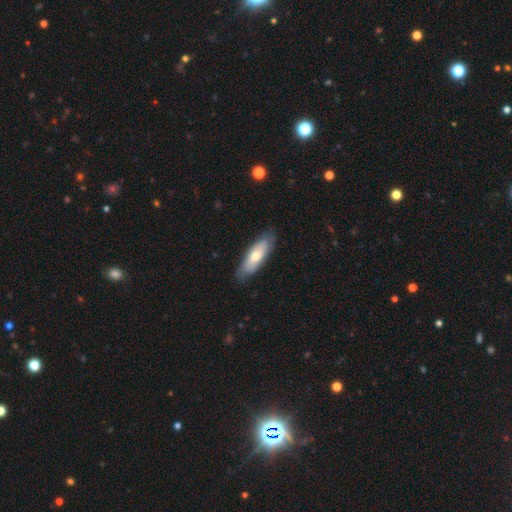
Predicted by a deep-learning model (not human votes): The model was most divided on "how rounded": in between: 56%, cigar-shaped: 42%, round: 2%. More confident: merging — none (81%); smooth or featured — smooth (65%).